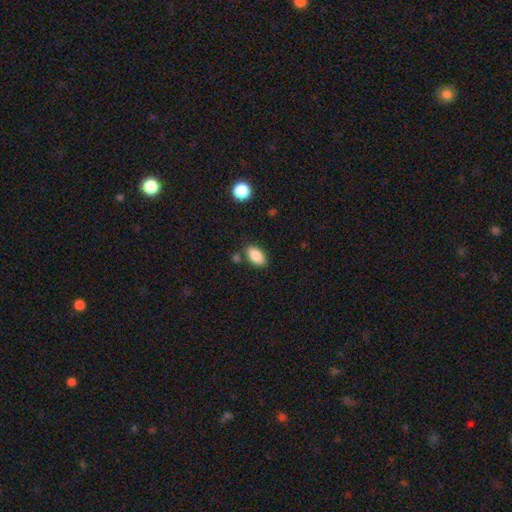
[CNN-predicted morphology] A smooth galaxy with no disk features (87%) that is in between round and cigar-shaped (92%). Merging: none (80%).